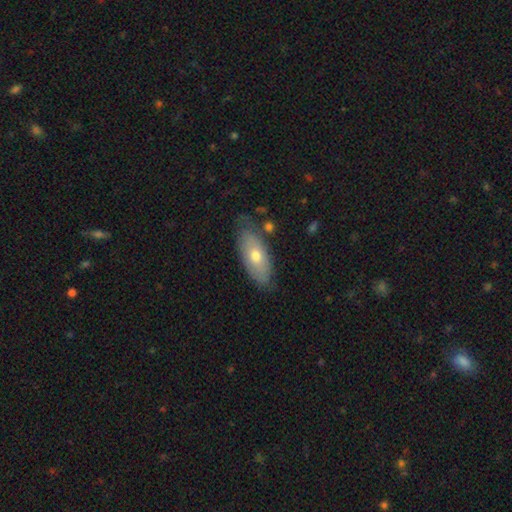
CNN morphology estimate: A smooth galaxy with no disk features (57%) that is in between round and cigar-shaped (84%).

Vote fractions:
- Smooth or featured? smooth: 57% / featured or disk: 37% / star or artifact: 6%
- How rounded? in between: 84% / cigar-shaped: 13% / round: 3%
- Merging? none: 71% / minor disturbance: 21% / major disturbance: 5% / merger: 3%